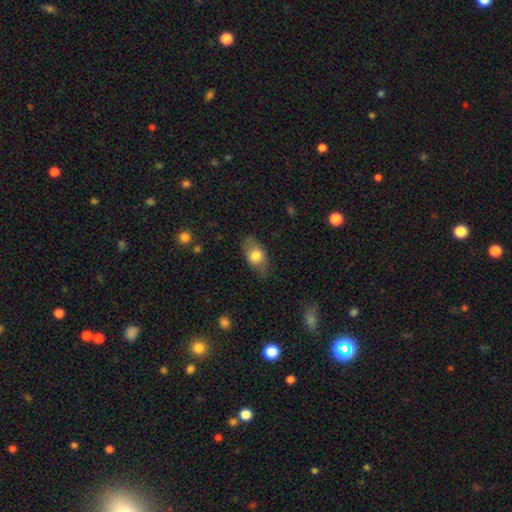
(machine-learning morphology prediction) This is likely a smooth galaxy (72%). How rounded: clearly in between (85%). Merging: likely none (79%).